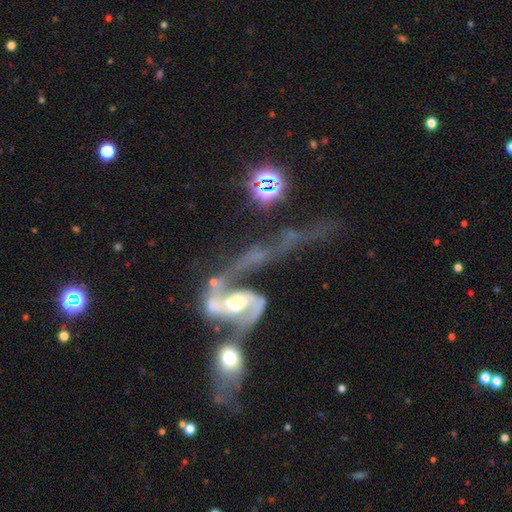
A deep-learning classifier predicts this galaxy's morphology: This is clearly a featured or disk galaxy (82%). It is clearly not viewed edge-on (91%). Bar: marginally no (40%). Spiral arm pattern: clearly yes (86%). Spiral arm count: likely 2 (69%). Spiral winding: possibly loose (53%). Central bulge: possibly moderate (52%). Merging: possibly merger (53%).